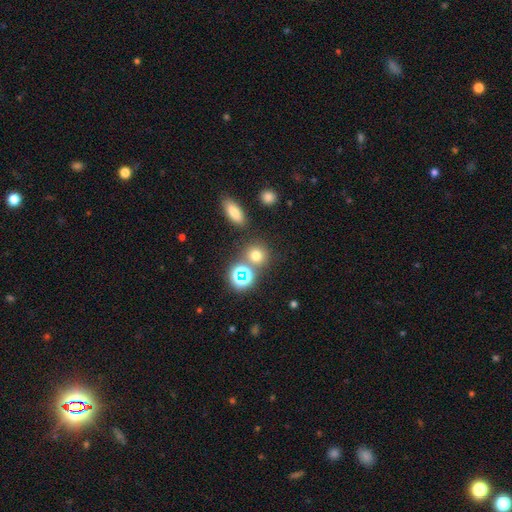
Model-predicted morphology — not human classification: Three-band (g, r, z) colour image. It shows a smooth galaxy with no disk features (68%) that is round (86%). Merging: none (73%).